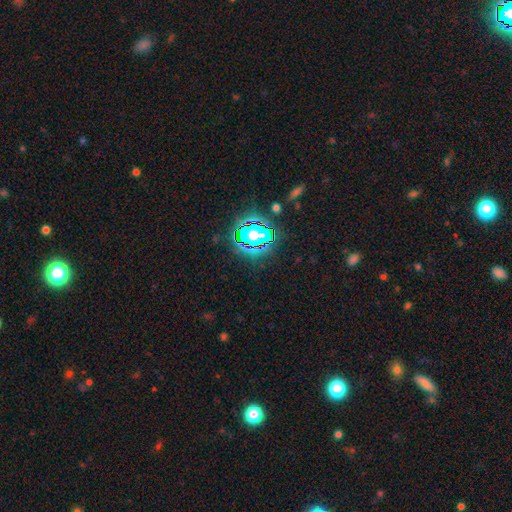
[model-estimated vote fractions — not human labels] Smooth or featured? star or artifact (77%)